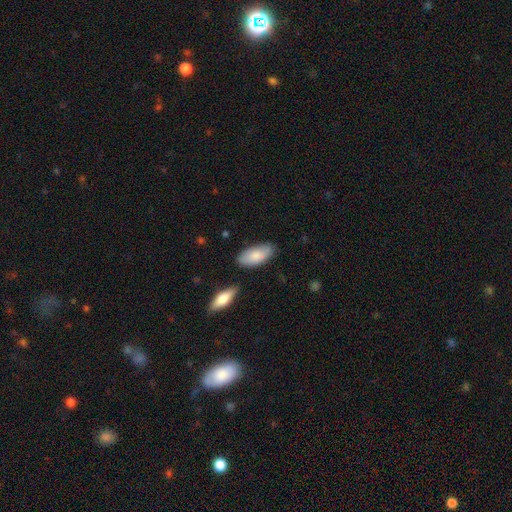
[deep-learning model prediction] A smooth galaxy with no disk features (81%) that is in between round and cigar-shaped (90%). Merging: none (75%).